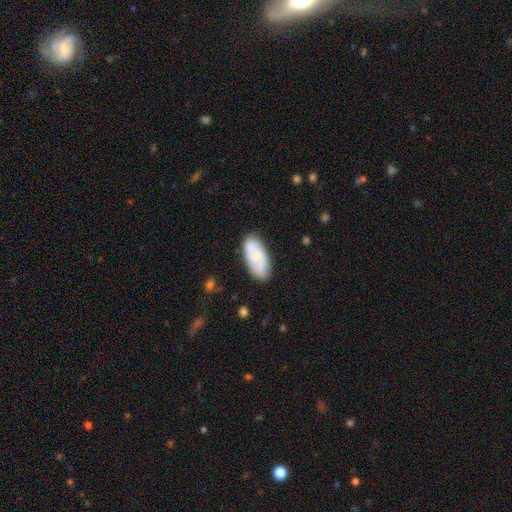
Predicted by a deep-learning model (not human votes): Smooth or featured? Predicted: smooth (p=0.59). How rounded? Predicted: in between (p=0.89). Merging? Predicted: none (p=0.79).